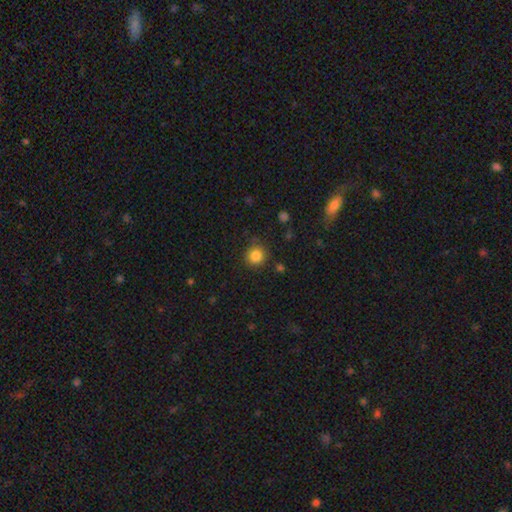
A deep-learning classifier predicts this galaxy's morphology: type=smooth (84%); roundness=round (92%); merging=none (83%).